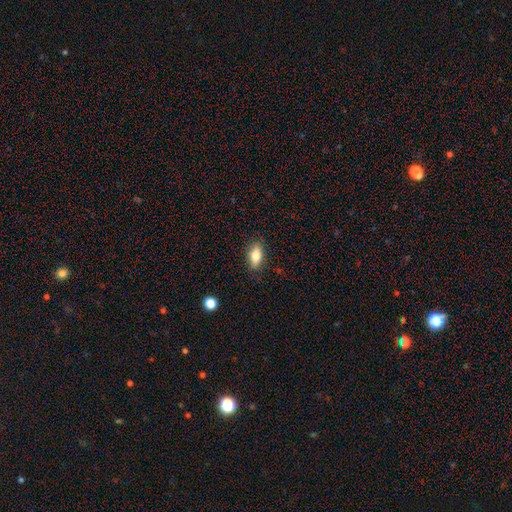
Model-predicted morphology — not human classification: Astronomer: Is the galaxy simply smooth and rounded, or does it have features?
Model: smooth — 77%.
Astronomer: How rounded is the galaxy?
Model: in between — 85%.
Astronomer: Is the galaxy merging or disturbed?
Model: none — 86%.